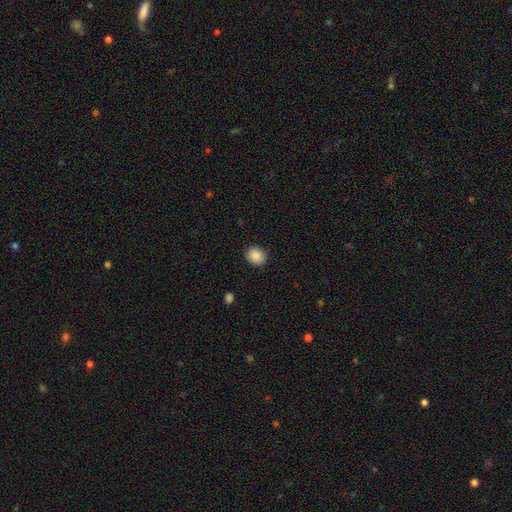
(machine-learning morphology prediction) A smooth galaxy with no disk features (89%) that is round (60%). Merging: none (89%).